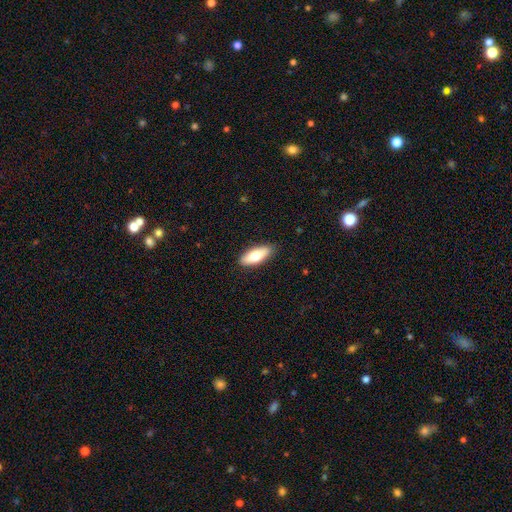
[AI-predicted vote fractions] This appears to be a smooth galaxy with no disk features (71%) that is in between round and cigar-shaped (71%). Merging: none (88%).